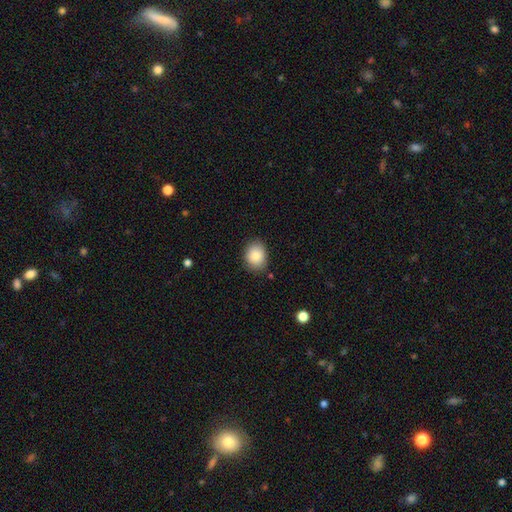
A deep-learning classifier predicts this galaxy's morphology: The model was most divided on "how rounded": in between: 51%, round: 48%, cigar-shaped: 1%. More confident: smooth or featured — smooth (84%); merging — none (83%).